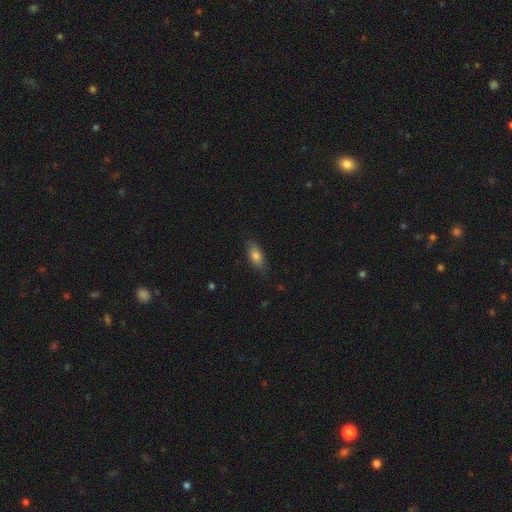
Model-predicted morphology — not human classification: Smooth or featured? smooth (78%)
How rounded? in between (82%)
Merging? none (79%)